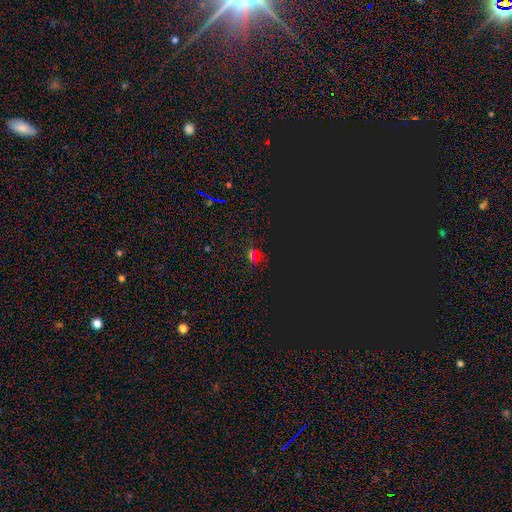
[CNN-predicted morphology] A star or artifact, not a galaxy (59%).